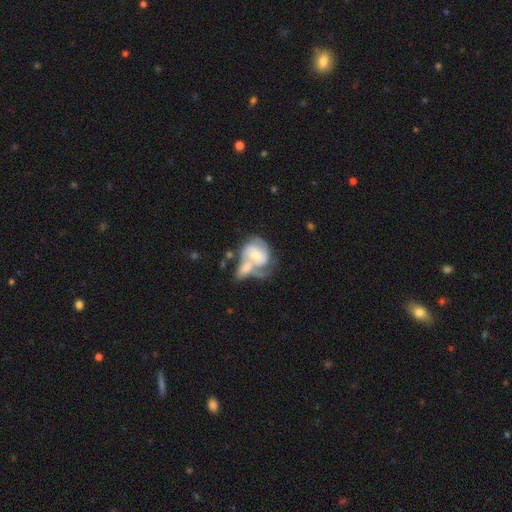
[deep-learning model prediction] smooth_or_featured: featured or disk (p=0.67) [alt: smooth p=0.27]
disk_edge_on: no (p=0.97) [alt: yes p=0.03]
bar: no (p=0.60) [alt: weak p=0.32]
has_spiral_arms: yes (p=0.81) [alt: no p=0.19]
spiral_winding: medium (p=0.43) [alt: tight p=0.36]
spiral_arm_count: 2 (p=0.58) [alt: can't tell p=0.20]
bulge_size: moderate (p=0.54) [alt: small p=0.37]
merging: merger (p=0.58) [alt: none p=0.18]